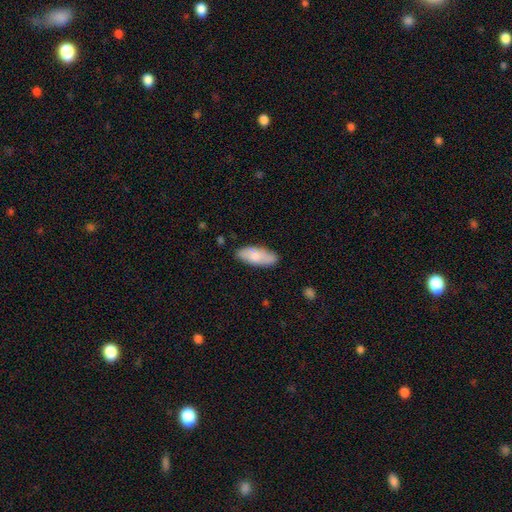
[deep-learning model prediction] Morphology: type=smooth (76%); roundness=in between (80%); merging=none (78%).